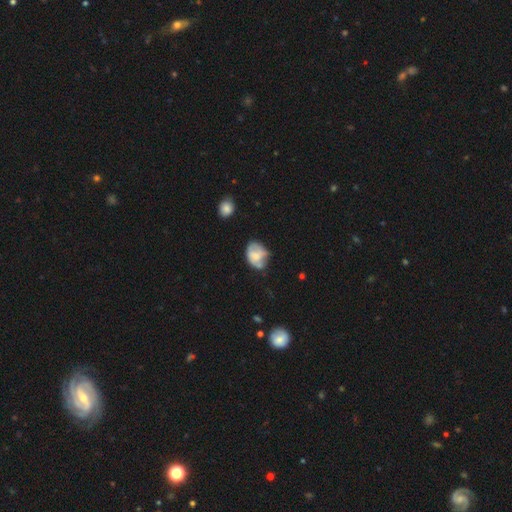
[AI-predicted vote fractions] Smooth or featured? smooth (53%)
How rounded? in between (66%)
Merging? none (43%)